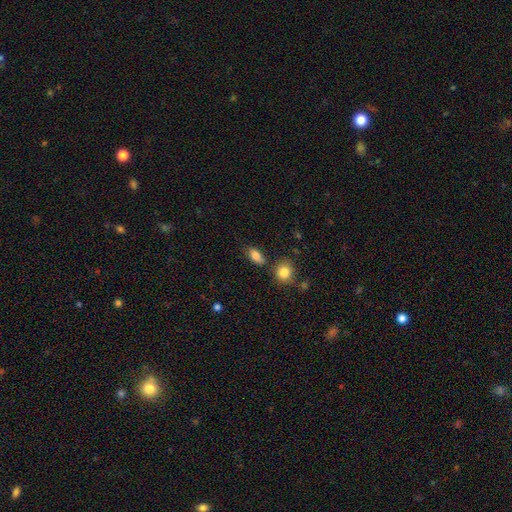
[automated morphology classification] This appears to be a smooth galaxy with no disk features (82%) that is in between round and cigar-shaped (85%). Merging: none (72%).